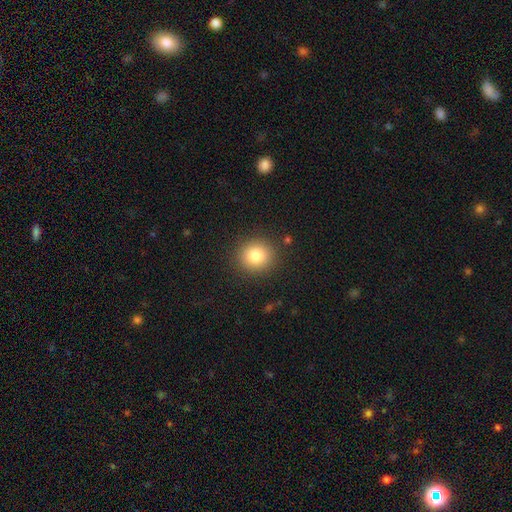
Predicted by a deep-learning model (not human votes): smooth-or-featured: smooth: 82% | star or artifact: 11% | featured or disk: 7%
  how-rounded: round: 84% | in between: 15% | cigar-shaped: 1%
  merging: none: 89% | minor disturbance: 7% | major disturbance: 3% | merger: 1%